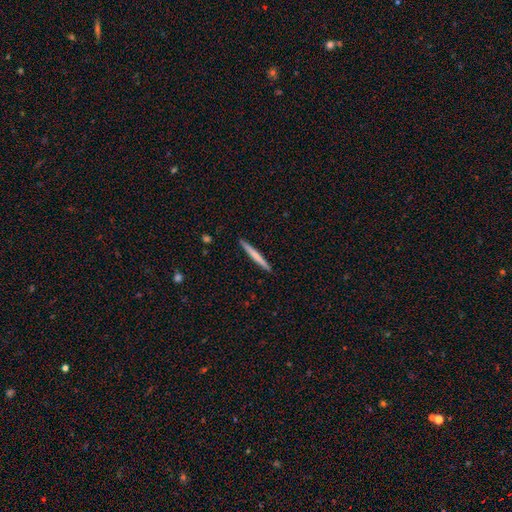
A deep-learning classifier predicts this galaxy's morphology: Overall: smooth (63%; featured or disk 32%). How rounded: cigar-shaped (97%). Merging: none (93%).